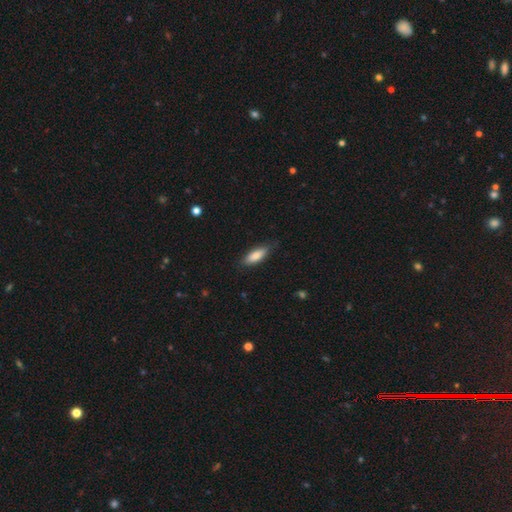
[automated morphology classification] type=smooth (82%); roundness=in between (67%); merging=none (80%).